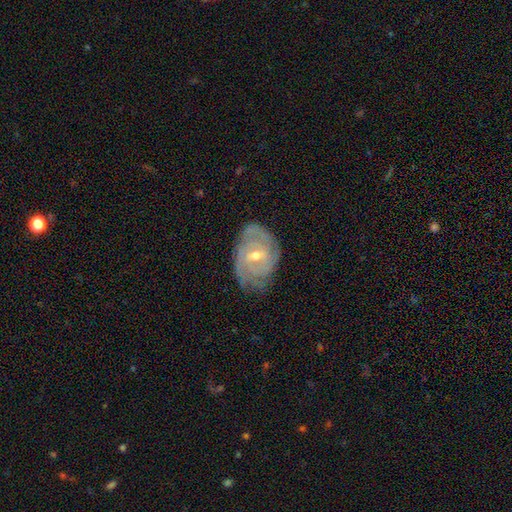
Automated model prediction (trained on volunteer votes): Smooth or featured? Predicted: featured or disk (p=0.83). Edge-on disk? Predicted: no (p=0.96). Bar? Predicted: weak (p=0.56). Spiral arms? Predicted: yes (p=0.93). Spiral winding? Predicted: tight (p=0.68). Spiral arm count? Predicted: can't tell (p=0.34). Bulge size? Predicted: moderate (p=0.56). Merging? Predicted: none (p=0.70).